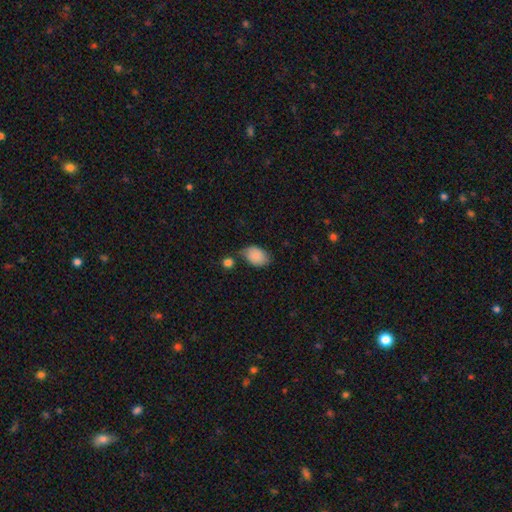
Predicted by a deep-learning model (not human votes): The model was most divided on "merging": none: 58%, minor disturbance: 24%, merger: 12%, major disturbance: 6%. More confident: how rounded — in between (84%); smooth or featured — smooth (84%).